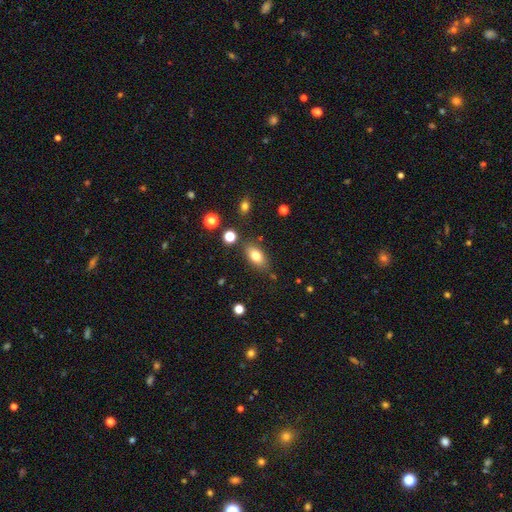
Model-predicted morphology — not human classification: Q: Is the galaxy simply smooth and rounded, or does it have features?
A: smooth — 77%.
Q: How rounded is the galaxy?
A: in between — 87%.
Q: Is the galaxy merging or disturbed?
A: none — 79%.